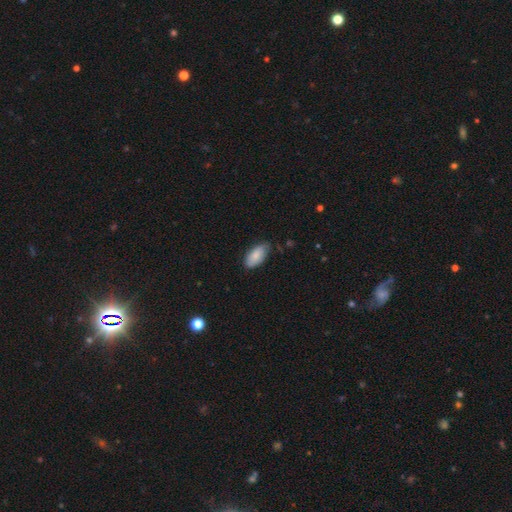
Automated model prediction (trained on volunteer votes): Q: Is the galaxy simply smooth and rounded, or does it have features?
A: smooth — 83%.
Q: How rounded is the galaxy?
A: in between — 94%.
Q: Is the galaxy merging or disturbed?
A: none — 70%.